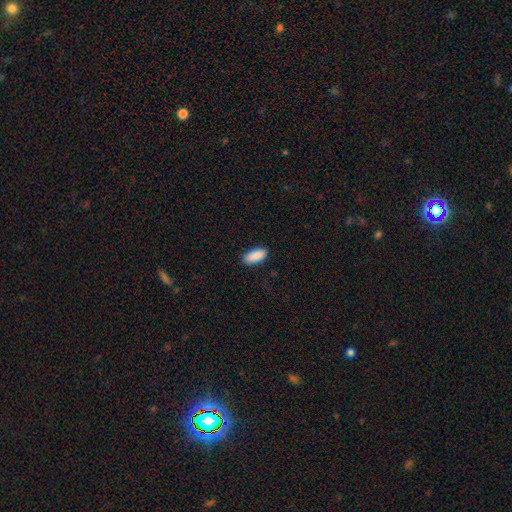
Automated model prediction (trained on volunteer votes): smooth_or_featured: smooth (p=0.90) [alt: star or artifact p=0.06]
how_rounded: in between (p=0.86) [alt: cigar-shaped p=0.12]
merging: none (p=0.86) [alt: minor disturbance p=0.11]